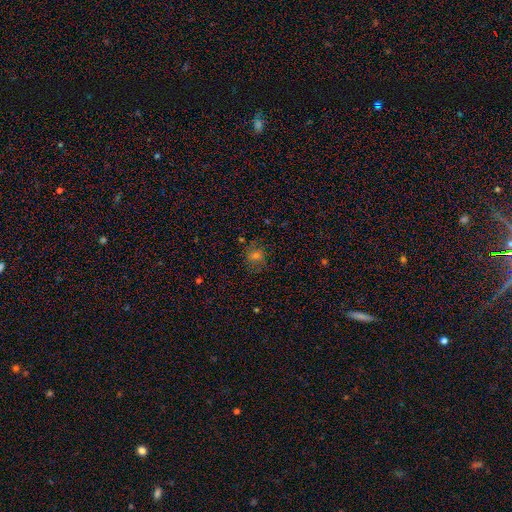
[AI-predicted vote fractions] Q: Smooth or featured?
A: smooth (54%); runner-up: star or artifact (27%)
Q: How rounded?
A: round (78%); runner-up: in between (21%)
Q: Merging?
A: none (78%); runner-up: minor disturbance (14%)